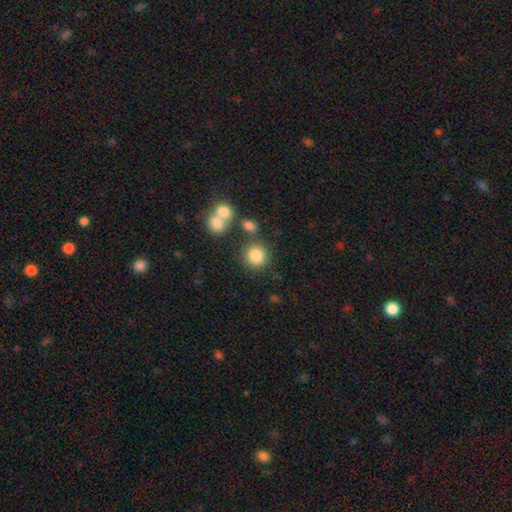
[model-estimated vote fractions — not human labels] smooth_or_featured: smooth (p=0.83) [alt: star or artifact p=0.11]
how_rounded: round (p=0.89) [alt: in between p=0.10]
merging: none (p=0.75) [alt: merger p=0.11]